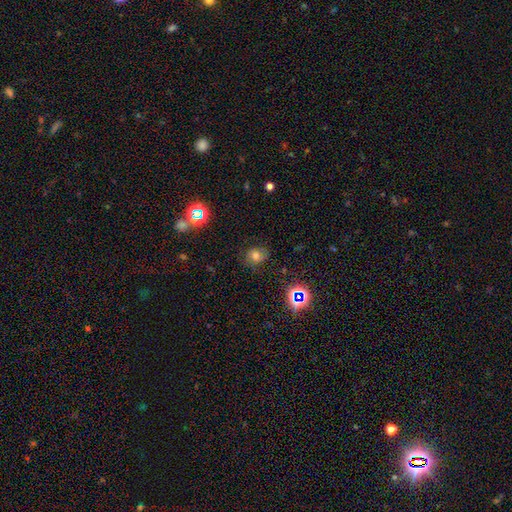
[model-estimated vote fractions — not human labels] Smooth or featured? smooth (54%)
How rounded? round (59%)
Merging? none (71%)